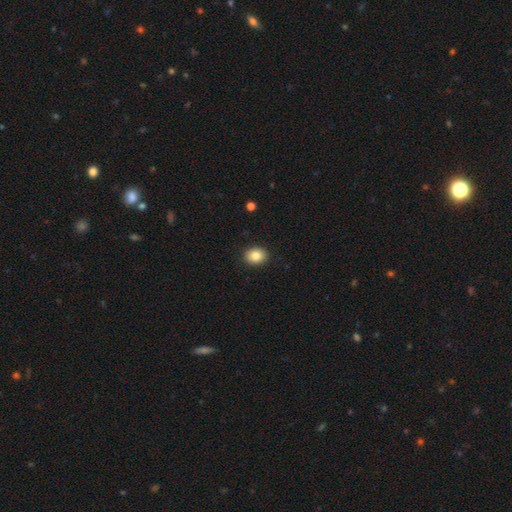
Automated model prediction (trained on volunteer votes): Q: Smooth or featured?
A: smooth (85%); runner-up: star or artifact (9%)
Q: How rounded?
A: in between (52%); runner-up: round (47%)
Q: Merging?
A: none (91%); runner-up: minor disturbance (7%)